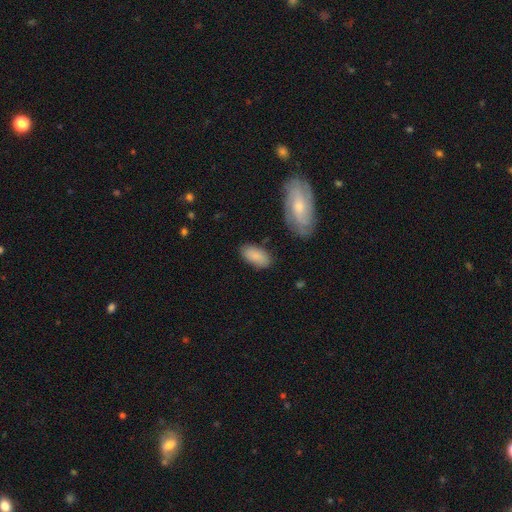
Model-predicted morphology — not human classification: A smooth galaxy with no disk features (84%) that is in between round and cigar-shaped (93%).

Vote fractions:
- Smooth or featured? smooth: 84% / featured or disk: 10% / star or artifact: 7%
- How rounded? in between: 93% / cigar-shaped: 4% / round: 3%
- Merging? none: 79% / minor disturbance: 14% / major disturbance: 4% / merger: 3%